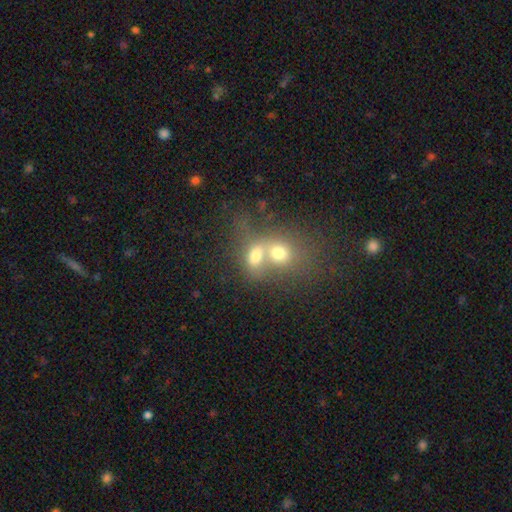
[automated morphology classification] Smooth or featured? Predicted: smooth (p=0.65). How rounded? Predicted: in between (p=0.54). Merging? Predicted: merger (p=0.70).